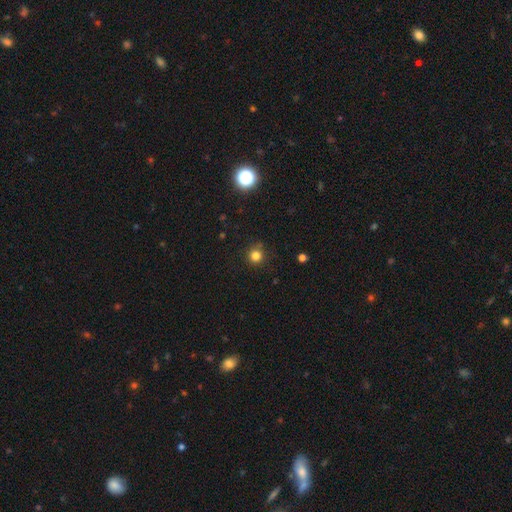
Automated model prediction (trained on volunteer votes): This appears to be a smooth galaxy with no disk features (80%) that is round (93%). Merging: none (84%).